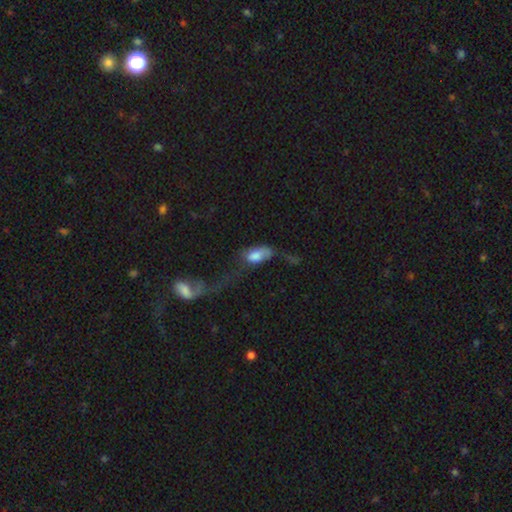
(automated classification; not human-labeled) This appears to be a smooth galaxy with no disk features (65%) that is in between round and cigar-shaped (90%). Merging: major disturbance (51%).